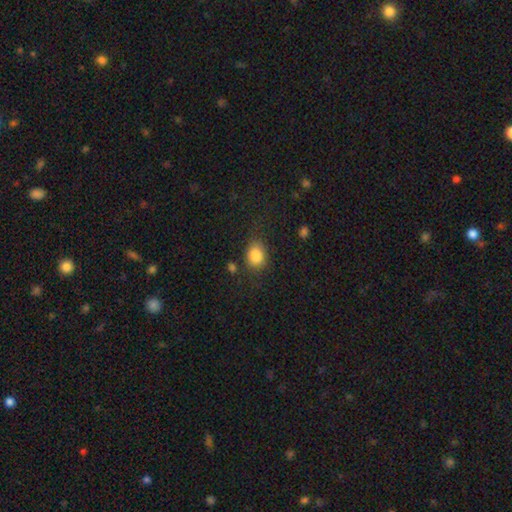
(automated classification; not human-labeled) Morphology: type=smooth (85%); roundness=in between (58%); merging=none (70%).